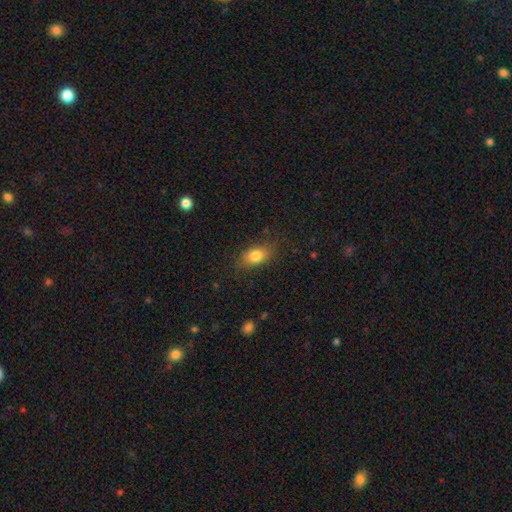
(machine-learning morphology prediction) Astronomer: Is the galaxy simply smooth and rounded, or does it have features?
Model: smooth — 81%.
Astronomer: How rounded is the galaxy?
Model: in between — 79%.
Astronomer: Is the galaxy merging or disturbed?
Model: none — 79%.